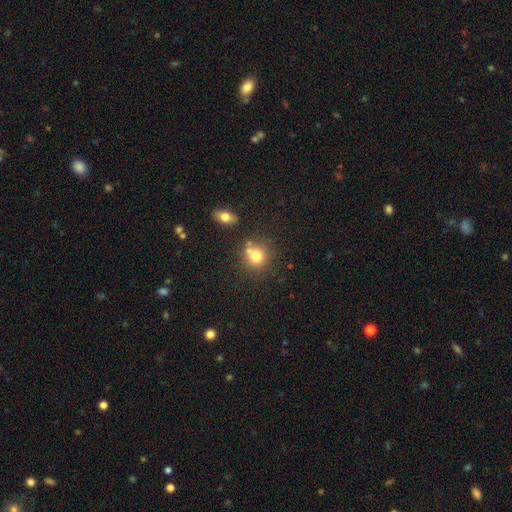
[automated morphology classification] Smooth or featured?
  - smooth: 76% *
  - star or artifact: 12%
  - featured or disk: 11%
How rounded?
  - round: 84% *
  - in between: 15%
  - cigar-shaped: 1%
Merging?
  - none: 62% *
  - merger: 23%
  - minor disturbance: 11%
  - major disturbance: 4%